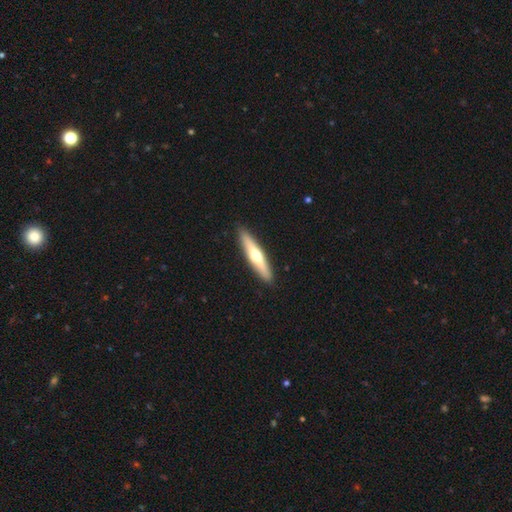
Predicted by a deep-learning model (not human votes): The model was most divided on "smooth or featured": featured or disk: 53%, smooth: 43%, star or artifact: 5%. More confident: edge-on disk — yes (94%); merging — none (92%).